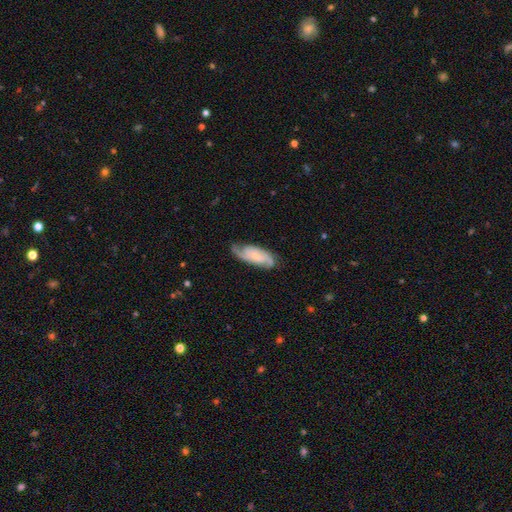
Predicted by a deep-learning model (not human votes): Morphology: type=featured or disk (74%); edge-on=no (92%); bar=no (59%); spiral arms=yes (95%); winding=medium (46%); arm count=2 (65%); bulge=small (61%); merging=none (69%).